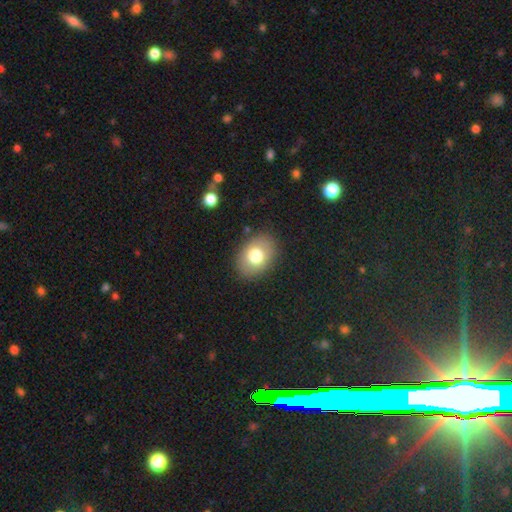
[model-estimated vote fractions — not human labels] A smooth galaxy with no disk features (75%) that is in between round and cigar-shaped (72%).

Vote fractions:
- Smooth or featured? smooth: 75% / featured or disk: 16% / star or artifact: 9%
- How rounded? in between: 72% / round: 27% / cigar-shaped: 1%
- Merging? none: 85% / minor disturbance: 10% / major disturbance: 3% / merger: 1%